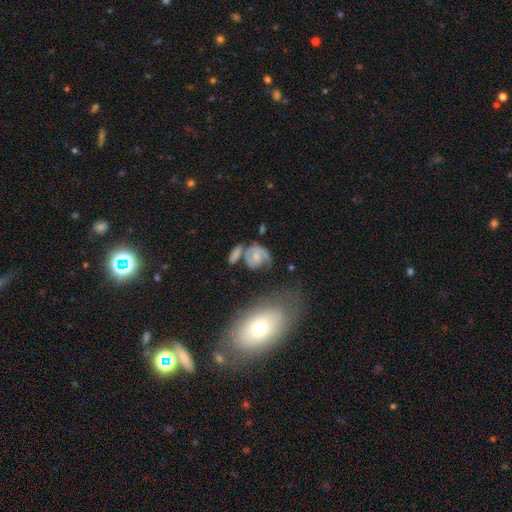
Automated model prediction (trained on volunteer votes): Smooth or featured? featured or disk (67%)
Edge-on disk? no (97%)
Bar? no (68%)
Spiral arms? yes (87%)
Spiral winding? tight (45%)
Spiral arm count? 2 (47%)
Bulge size? small (51%)
Merging? none (41%)